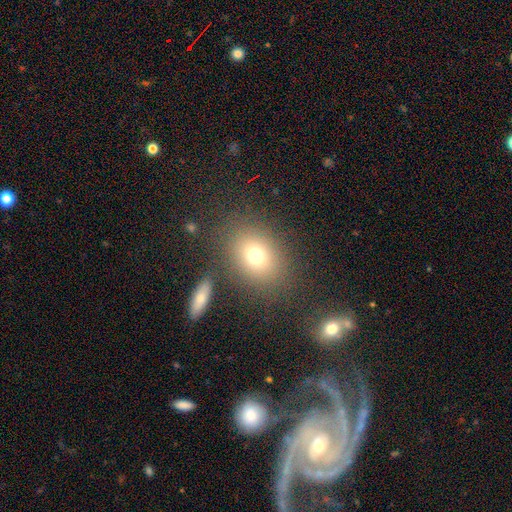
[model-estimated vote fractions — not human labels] A smooth galaxy with no disk features (73%) that is in between round and cigar-shaped (54%). Merging: none (78%).